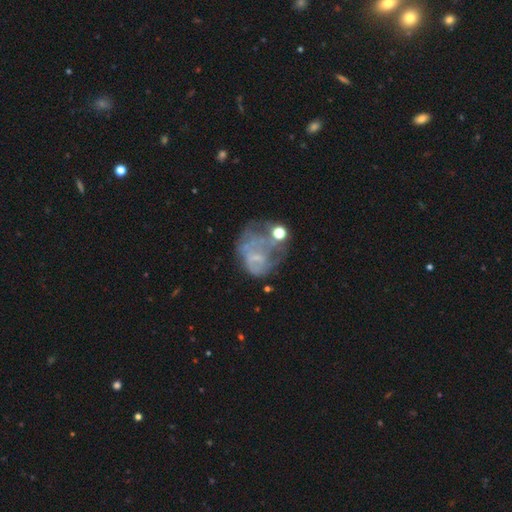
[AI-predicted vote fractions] smooth_or_featured: featured or disk (p=0.56) [alt: smooth p=0.27]
disk_edge_on: no (p=0.98) [alt: yes p=0.02]
bar: no (p=0.78) [alt: weak p=0.17]
has_spiral_arms: no (p=0.75) [alt: yes p=0.25]
bulge_size: none (p=0.56) [alt: small p=0.30]
merging: major disturbance (p=0.40) [alt: none p=0.27]